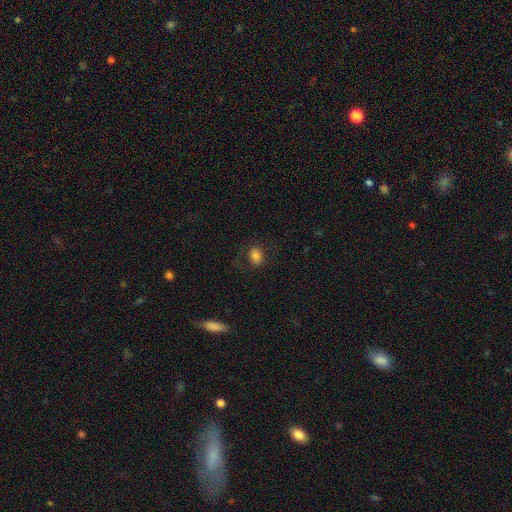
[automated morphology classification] smooth-or-featured: smooth: 77% | featured or disk: 12% | star or artifact: 11%
  how-rounded: in between: 71% | round: 27% | cigar-shaped: 1%
  merging: none: 72% | minor disturbance: 15% | major disturbance: 11% | merger: 1%